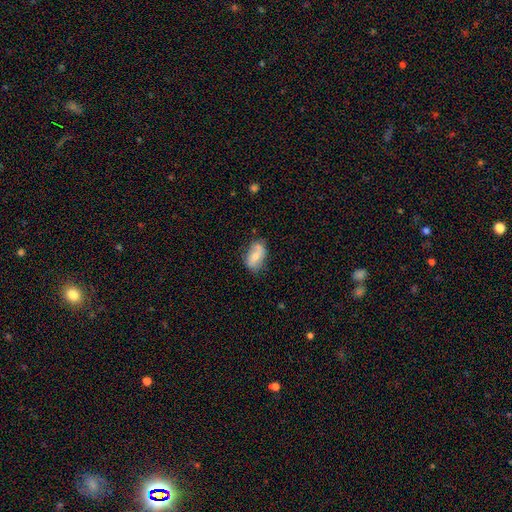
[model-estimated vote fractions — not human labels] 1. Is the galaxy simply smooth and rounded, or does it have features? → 64% smooth, 29% featured or disk, 7% star or artifact.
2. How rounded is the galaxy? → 90% in between, 7% round, 3% cigar-shaped.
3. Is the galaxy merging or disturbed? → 66% none, 25% minor disturbance, 6% major disturbance, 4% merger.